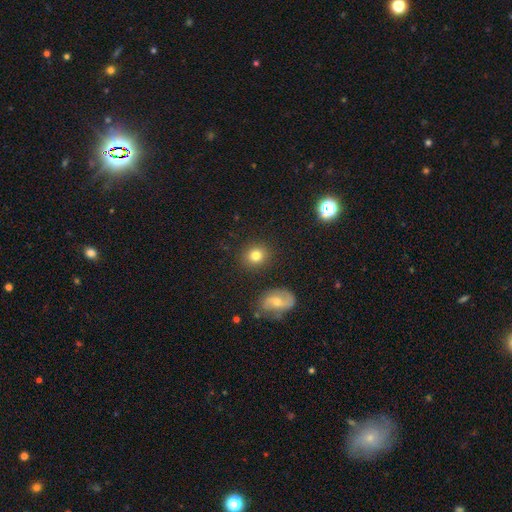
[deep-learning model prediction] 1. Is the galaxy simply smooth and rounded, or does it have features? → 79% smooth, 11% star or artifact, 10% featured or disk.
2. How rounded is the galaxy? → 80% round, 19% in between, 1% cigar-shaped.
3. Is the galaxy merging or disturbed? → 87% none, 8% minor disturbance, 3% merger, 3% major disturbance.